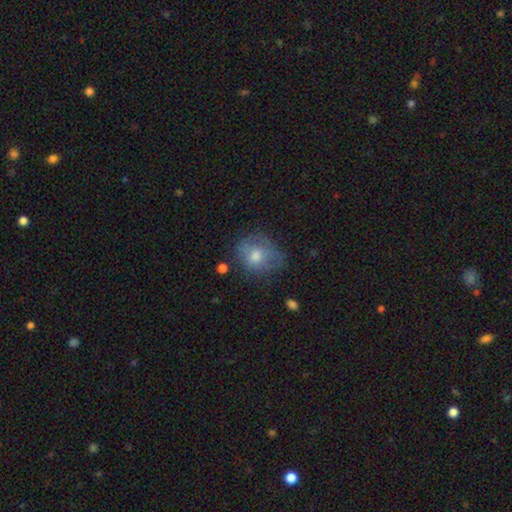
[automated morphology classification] Smooth or featured?
  - smooth: 61% *
  - featured or disk: 29%
  - star or artifact: 10%
How rounded?
  - round: 68% *
  - in between: 31%
  - cigar-shaped: 1%
Merging?
  - none: 58% *
  - minor disturbance: 27%
  - major disturbance: 13%
  - merger: 2%